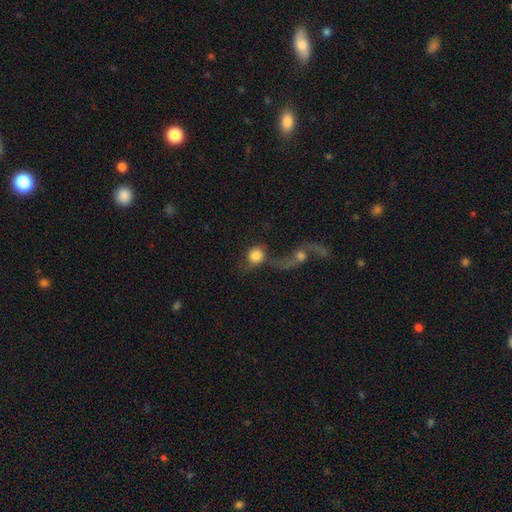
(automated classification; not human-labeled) This is likely a smooth galaxy (78%). How rounded: likely round (77%). Merging: marginally merger (41%).